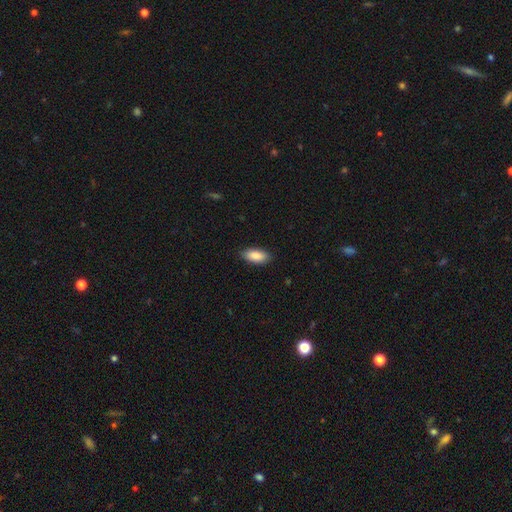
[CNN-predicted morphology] This is clearly a smooth galaxy (89%). How rounded: clearly in between (90%). Merging: clearly none (88%).